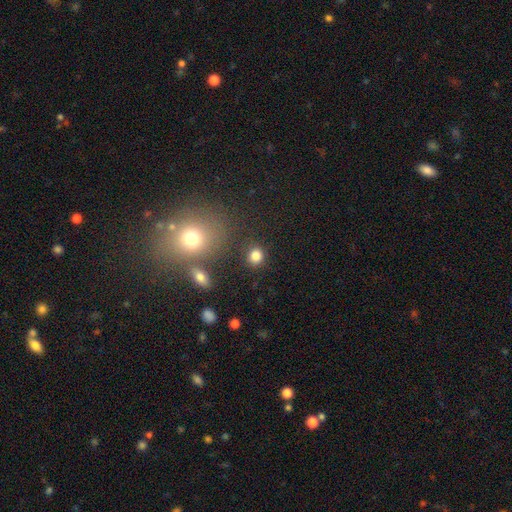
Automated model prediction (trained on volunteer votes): Overall: smooth (84%). How rounded: round (75%). Merging: none (84%).